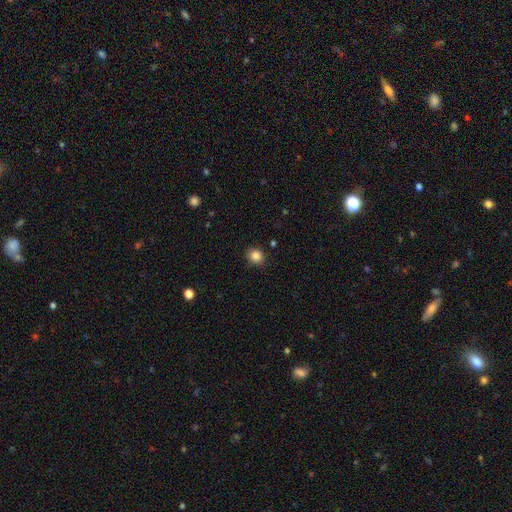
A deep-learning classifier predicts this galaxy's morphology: This is clearly a smooth galaxy (85%). How rounded: likely round (71%). Merging: clearly none (87%).